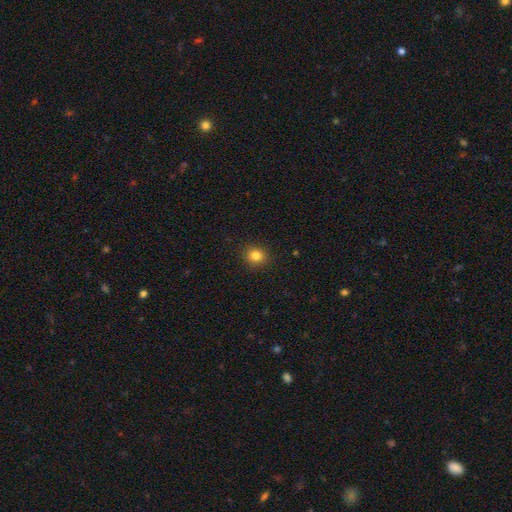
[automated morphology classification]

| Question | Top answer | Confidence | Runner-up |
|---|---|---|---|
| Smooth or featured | smooth | 83% | star or artifact (12%) |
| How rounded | round | 80% | in between (19%) |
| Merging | none | 90% | minor disturbance (7%) |